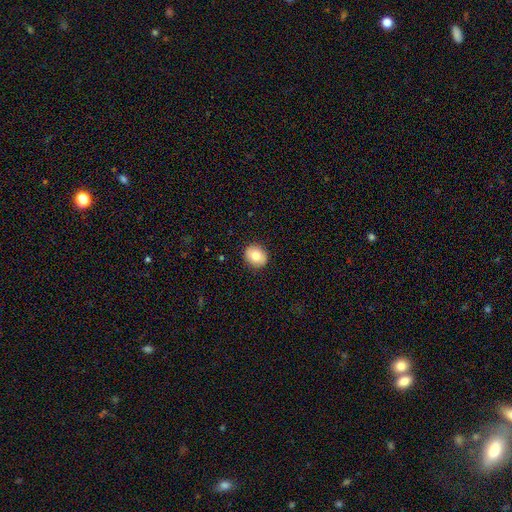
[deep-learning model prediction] Smooth or featured? smooth (78%)
How rounded? round (71%)
Merging? none (91%)